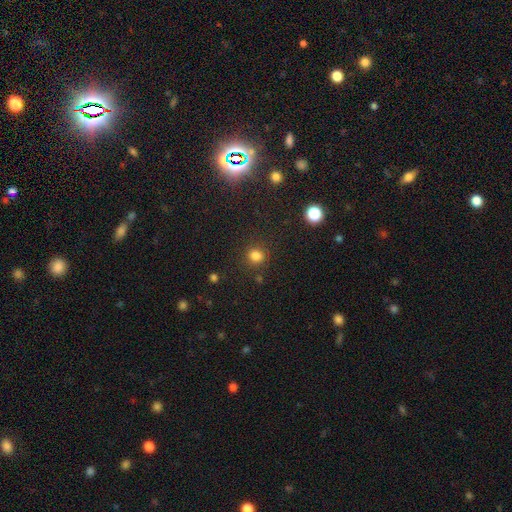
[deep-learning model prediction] smooth 81%, star or artifact 14%, featured or disk 4%. Down the decision tree: how rounded — round (85%); merging — none (86%).